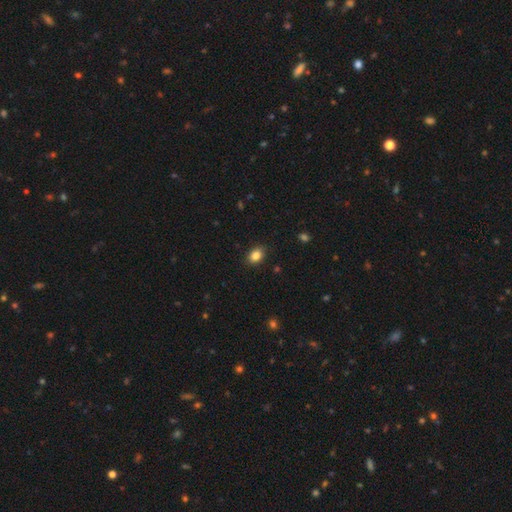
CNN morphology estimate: This is clearly a smooth galaxy (86%). How rounded: likely in between (73%). Merging: clearly none (88%).